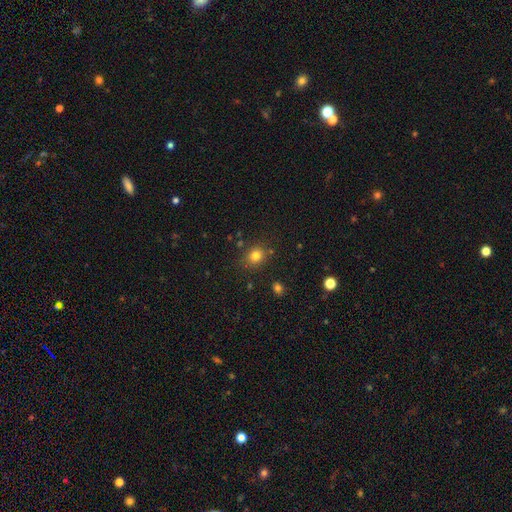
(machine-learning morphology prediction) This is likely a smooth galaxy (78%). How rounded: likely round (73%). Merging: clearly none (81%).